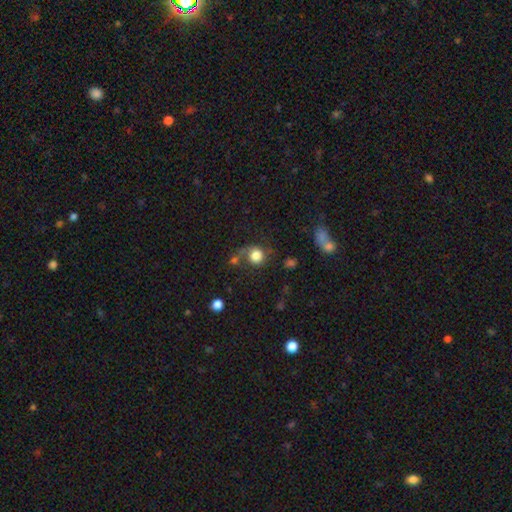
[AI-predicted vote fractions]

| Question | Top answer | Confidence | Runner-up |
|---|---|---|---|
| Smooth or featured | smooth | 76% | featured or disk (14%) |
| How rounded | round | 85% | in between (14%) |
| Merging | none | 48% | minor disturbance (19%) |